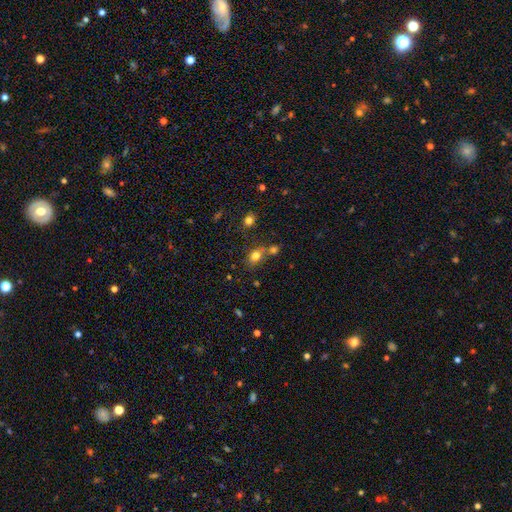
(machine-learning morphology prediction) Smooth or featured: smooth — 76% (star or artifact — 14%)
How rounded: in between — 55% (round — 44%)
Merging: none — 52% (merger — 31%)